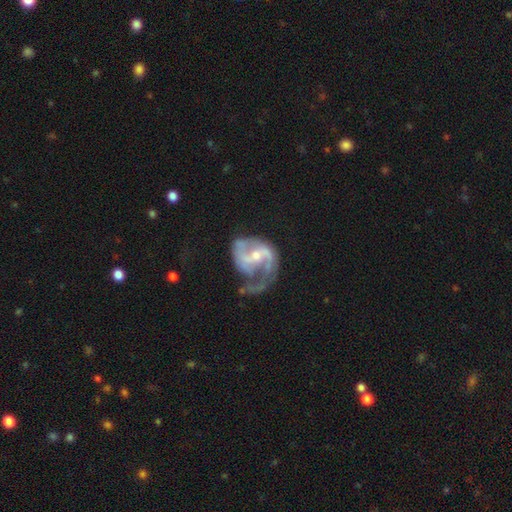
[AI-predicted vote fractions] Overall: featured or disk (86%). Edge-on disk: no (98%). Bar: weak (48%; no 30%). Spiral arms: yes (93%). Spiral arm count: 2 (66%). Spiral winding: medium (46%; loose 36%). Bulge size: small (52%; moderate 42%). Merging: major disturbance (36%, tied with none).